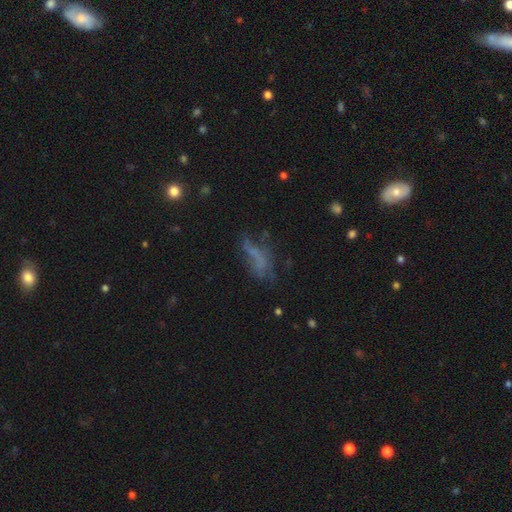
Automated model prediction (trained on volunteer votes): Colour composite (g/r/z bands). It shows a smooth galaxy with no disk features (42%). Merging: none (42%).